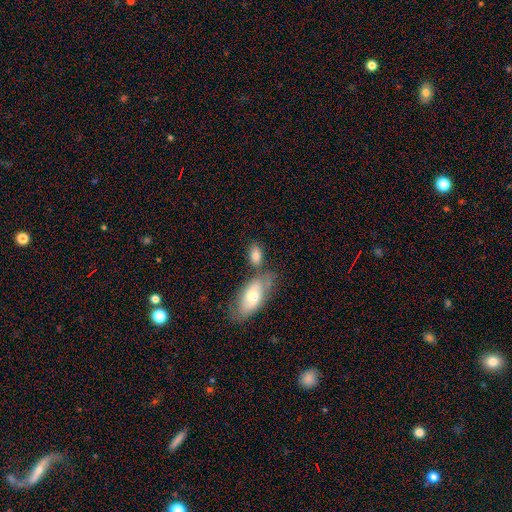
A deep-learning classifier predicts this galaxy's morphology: Smooth or featured? Predicted: smooth (p=0.80). How rounded? Predicted: in between (p=0.88). Merging? Predicted: none (p=0.55).